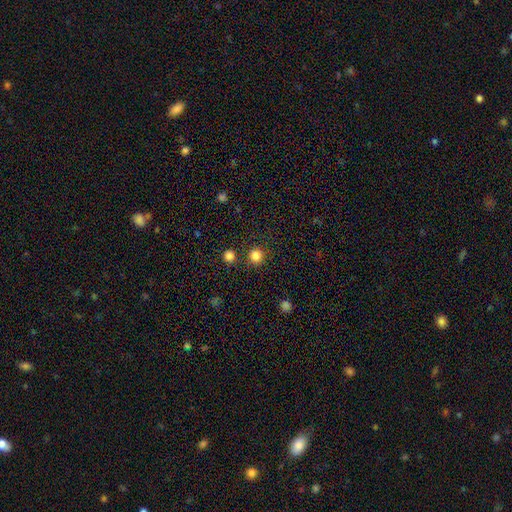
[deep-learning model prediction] smooth_or_featured: smooth (p=0.83) [alt: star or artifact p=0.13]
how_rounded: round (p=0.94) [alt: in between p=0.05]
merging: none (p=0.87) [alt: minor disturbance p=0.06]